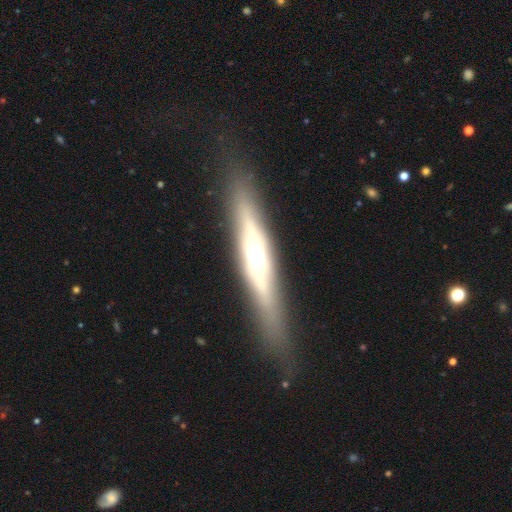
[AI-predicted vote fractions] A featured or disk galaxy (69%) viewed edge-on (88%) with a rounded central bulge (79%).

Vote fractions:
- Smooth or featured? featured or disk: 69% / smooth: 24% / star or artifact: 7%
- Edge-on disk? yes: 88% / no: 12%
- Edge-on bulge? rounded: 79% / boxy: 12% / none: 9%
- Merging? none: 82% / minor disturbance: 12% / major disturbance: 4% / merger: 1%